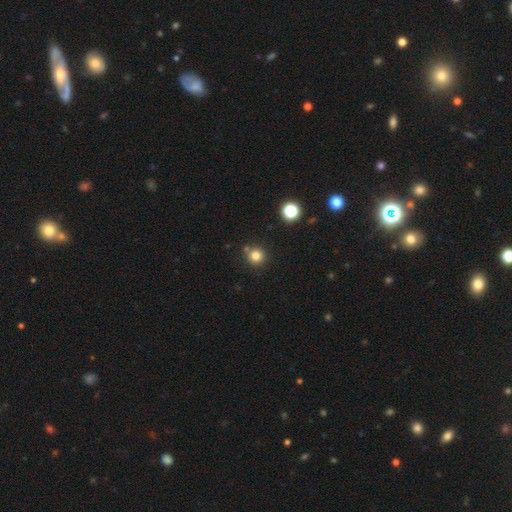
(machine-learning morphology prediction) A smooth galaxy with no disk features (81%) that is round (94%).

Vote fractions:
- Smooth or featured? smooth: 81% / star or artifact: 14% / featured or disk: 6%
- How rounded? round: 94% / in between: 5% / cigar-shaped: 1%
- Merging? none: 80% / merger: 9% / minor disturbance: 9% / major disturbance: 3%